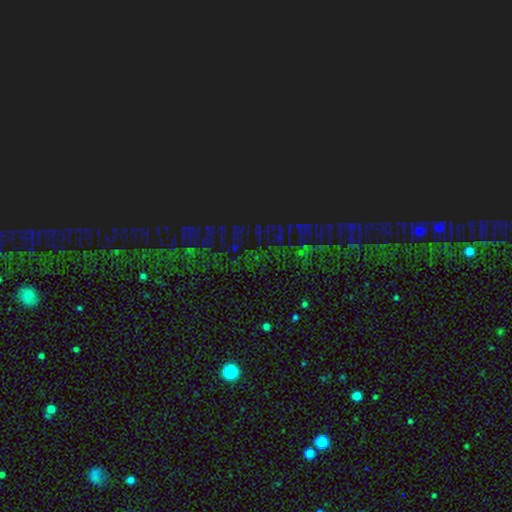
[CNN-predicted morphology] Smooth or featured: star or artifact — 79% (smooth — 13%)